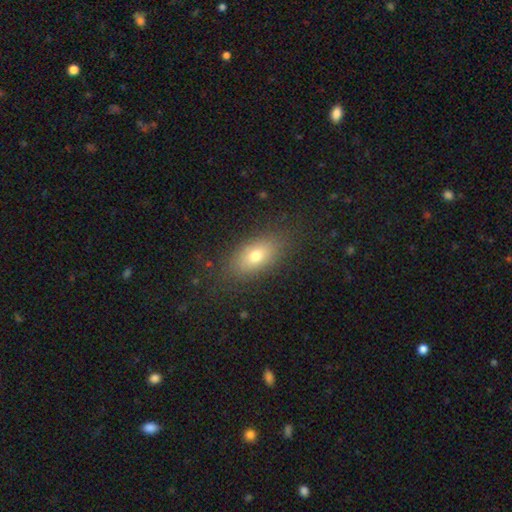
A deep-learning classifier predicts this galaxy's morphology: smooth_or_featured: smooth (p=0.73) [alt: featured or disk p=0.17]
how_rounded: in between (p=0.83) [alt: round p=0.09]
merging: none (p=0.83) [alt: minor disturbance p=0.11]